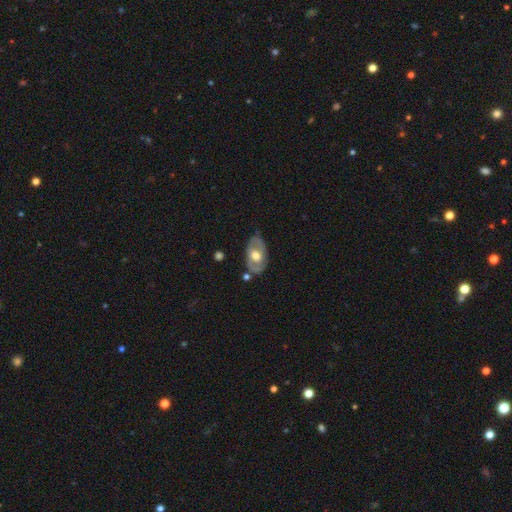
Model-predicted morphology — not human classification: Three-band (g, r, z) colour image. It shows a featured or disk galaxy (66%) with no bar (66%), spiral arms (56%) and a moderate central bulge (63%). Merging: none (73%).